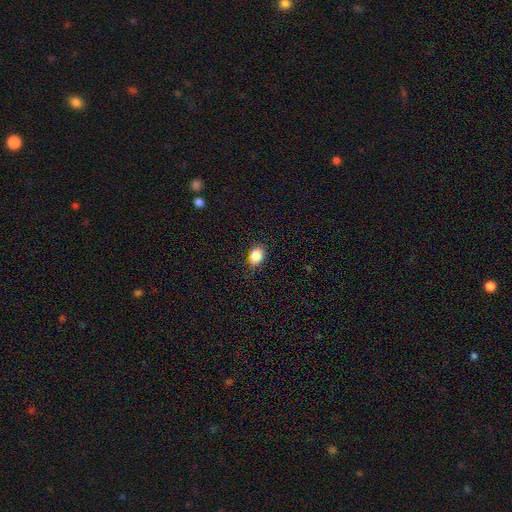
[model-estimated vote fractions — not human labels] Smooth or featured? Predicted: smooth (p=0.86). How rounded? Predicted: in between (p=0.57). Merging? Predicted: none (p=0.78).